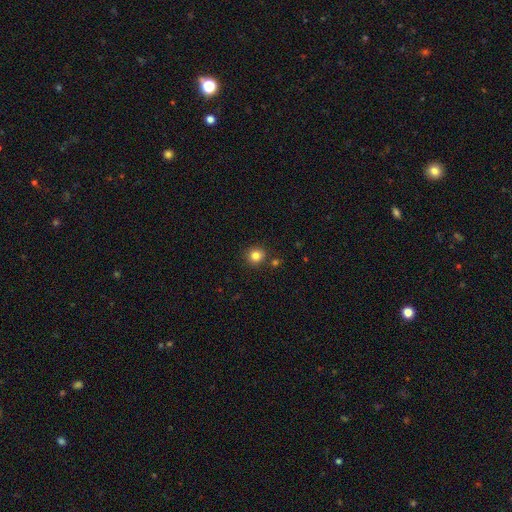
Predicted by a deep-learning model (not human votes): smooth 83%, star or artifact 12%, featured or disk 5%. Down the decision tree: how rounded — round (89%); merging — none (84%).